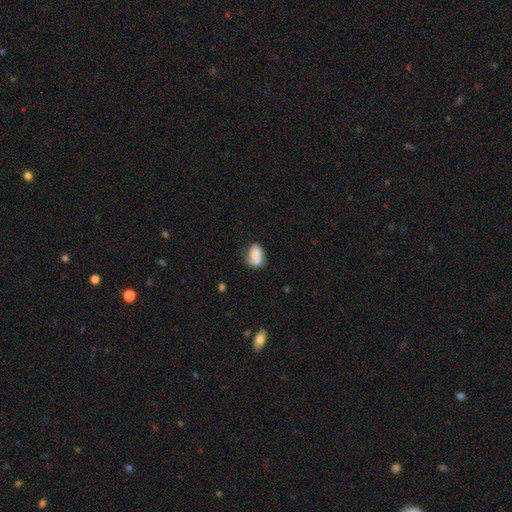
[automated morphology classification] This is likely a smooth galaxy (74%). How rounded: clearly in between (83%). Merging: possibly none (53%).